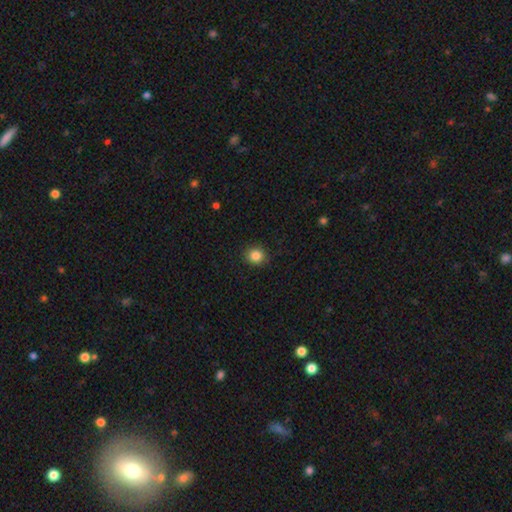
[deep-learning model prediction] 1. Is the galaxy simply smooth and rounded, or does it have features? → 85% smooth, 11% star or artifact, 5% featured or disk.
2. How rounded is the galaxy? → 84% round, 15% in between, 1% cigar-shaped.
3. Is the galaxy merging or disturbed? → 89% none, 8% minor disturbance, 2% major disturbance, 1% merger.